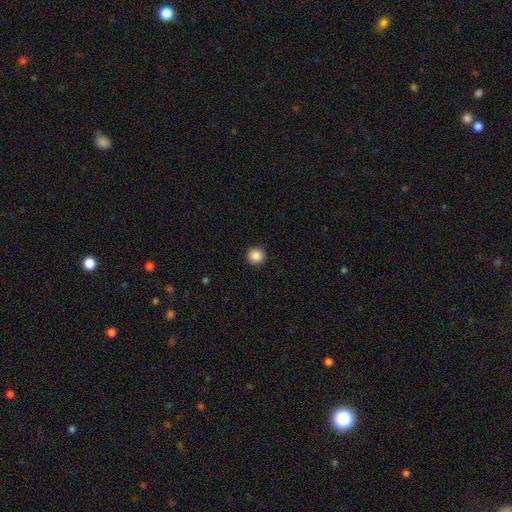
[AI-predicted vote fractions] smooth_or_featured: smooth (p=0.87) [alt: star or artifact p=0.09]
how_rounded: round (p=0.94) [alt: in between p=0.05]
merging: none (p=0.93) [alt: minor disturbance p=0.05]